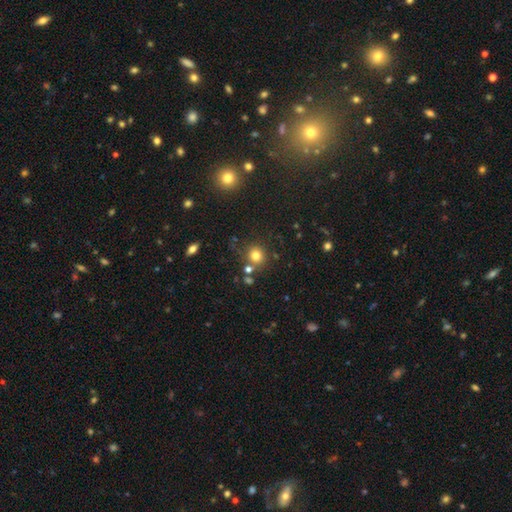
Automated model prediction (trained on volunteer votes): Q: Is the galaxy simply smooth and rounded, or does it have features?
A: smooth — 77%.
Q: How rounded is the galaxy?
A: round — 86%.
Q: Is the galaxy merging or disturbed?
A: none — 73%.